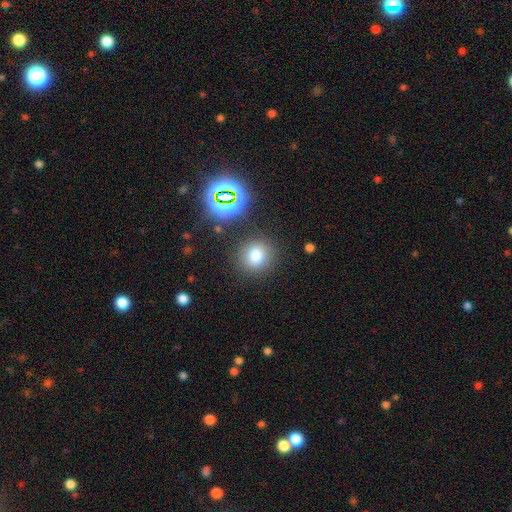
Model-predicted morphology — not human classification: Smooth or featured? smooth (74%)
How rounded? round (87%)
Merging? none (85%)